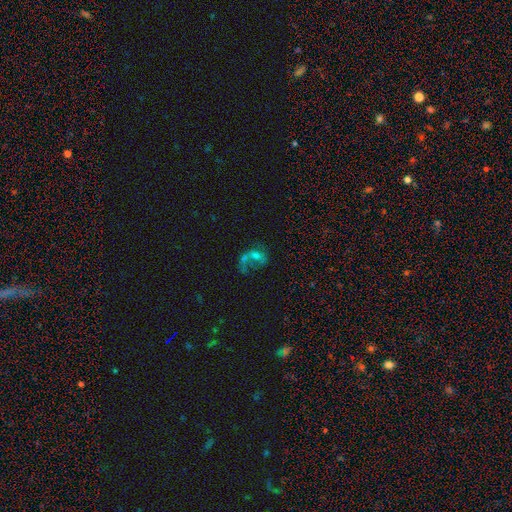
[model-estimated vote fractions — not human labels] Q: Smooth or featured?
A: featured or disk (52%); runner-up: smooth (32%)
Q: Edge-on disk?
A: no (97%); runner-up: yes (3%)
Q: Bar?
A: no (71%); runner-up: weak (23%)
Q: Spiral arms?
A: no (51%); runner-up: yes (49%)
Q: Bulge size?
A: moderate (42%); runner-up: small (31%)
Q: Merging?
A: major disturbance (37%); runner-up: merger (30%)